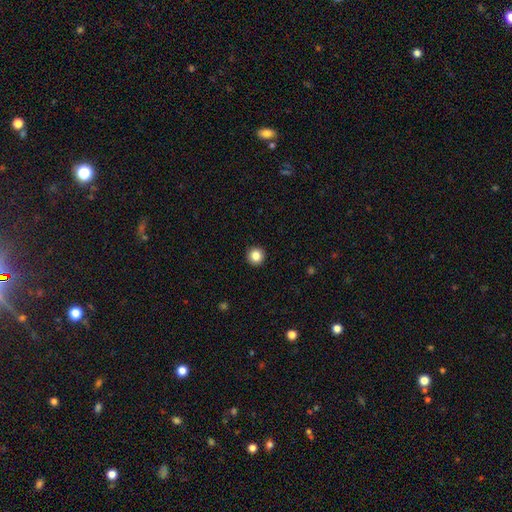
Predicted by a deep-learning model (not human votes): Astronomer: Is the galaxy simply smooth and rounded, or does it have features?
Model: smooth — 85%.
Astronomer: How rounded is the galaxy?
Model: round — 96%.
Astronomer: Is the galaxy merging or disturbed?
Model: none — 93%.